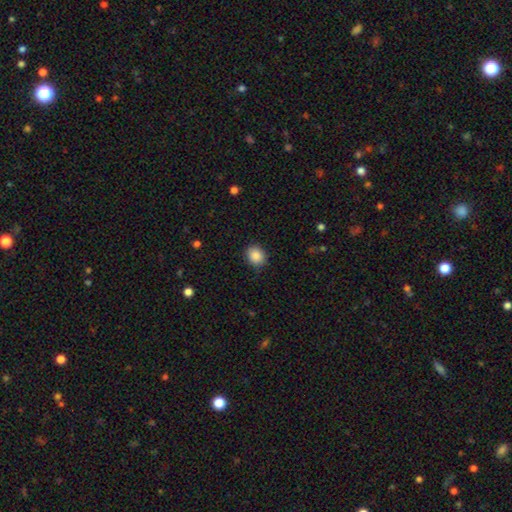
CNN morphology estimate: This is clearly a smooth galaxy (87%). How rounded: likely round (66%). Merging: clearly none (87%).